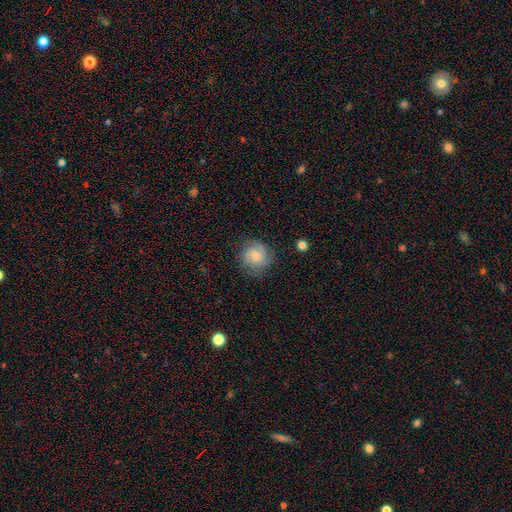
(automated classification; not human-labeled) smooth_or_featured: featured or disk (p=0.49) [alt: smooth p=0.43]
merging: none (p=0.76) [alt: minor disturbance p=0.17]